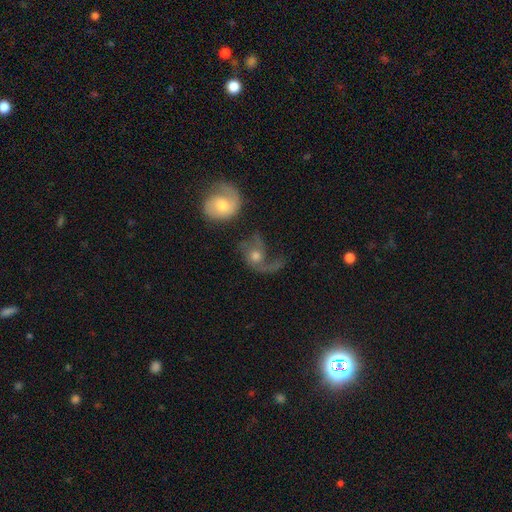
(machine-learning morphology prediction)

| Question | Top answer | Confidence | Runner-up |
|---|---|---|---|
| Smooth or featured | featured or disk | 63% | smooth (25%) |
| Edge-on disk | no | 96% | yes (4%) |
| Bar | no | 72% | weak (23%) |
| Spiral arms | yes | 82% | no (18%) |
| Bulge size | moderate | 62% | small (23%) |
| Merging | major disturbance | 41% | none (30%) |